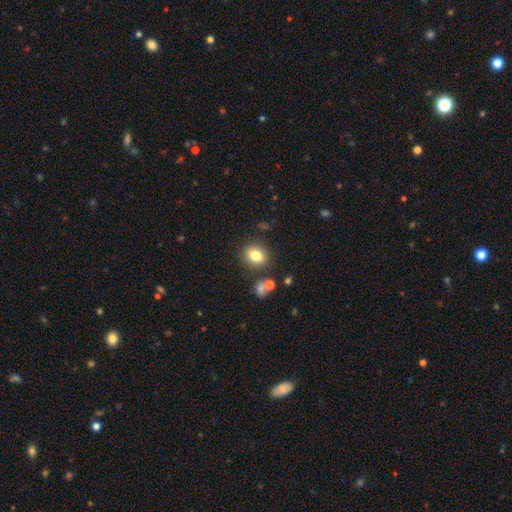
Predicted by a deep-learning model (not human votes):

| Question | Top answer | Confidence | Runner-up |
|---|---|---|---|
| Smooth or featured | smooth | 79% | star or artifact (11%) |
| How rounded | round | 52% | in between (47%) |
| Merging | none | 80% | minor disturbance (11%) |